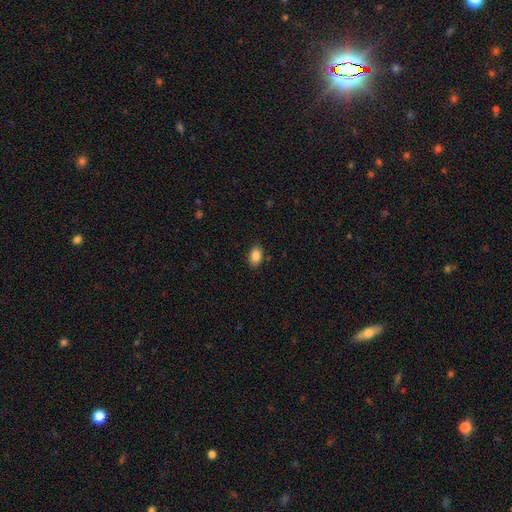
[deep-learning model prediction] Smooth or featured? Predicted: smooth (p=0.87). How rounded? Predicted: in between (p=0.86). Merging? Predicted: none (p=0.87).